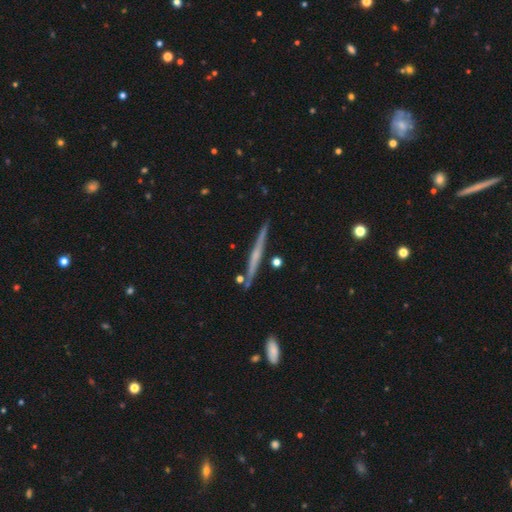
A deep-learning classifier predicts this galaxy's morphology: Overall: featured or disk (65%; smooth 29%). Edge-on disk: yes (98%). Edge-on bulge: none (57%; rounded 34%). Merging: none (88%).